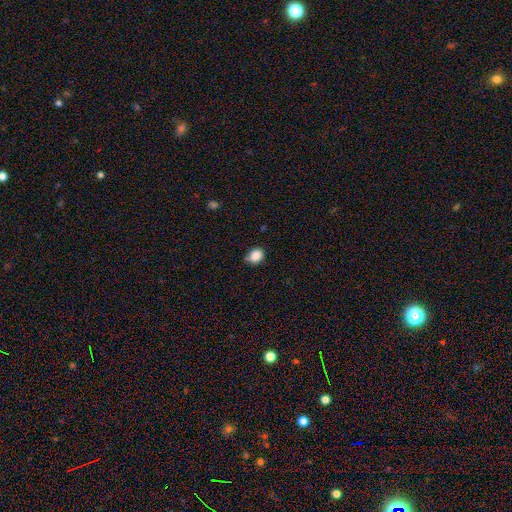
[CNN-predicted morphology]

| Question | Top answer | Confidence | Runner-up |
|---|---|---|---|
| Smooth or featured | smooth | 87% | star or artifact (9%) |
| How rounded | in between | 51% | round (48%) |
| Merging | none | 70% | minor disturbance (24%) |